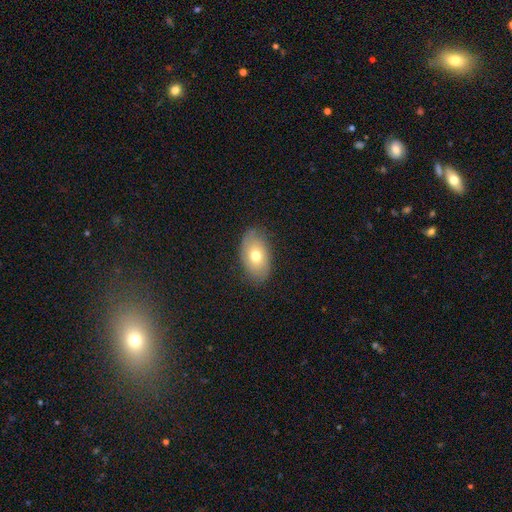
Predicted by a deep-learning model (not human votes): smooth 67%, featured or disk 25%, star or artifact 8%. Down the decision tree: how rounded — in between (89%); merging — none (81%).